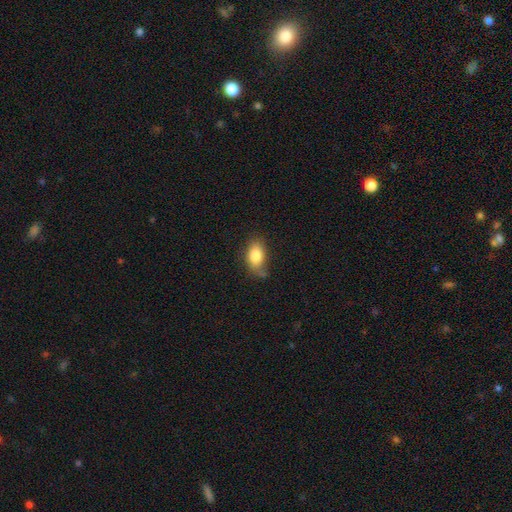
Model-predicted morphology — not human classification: smooth_or_featured: smooth (p=0.83) [alt: featured or disk p=0.10]
how_rounded: in between (p=0.89) [alt: round p=0.08]
merging: none (p=0.59) [alt: minor disturbance p=0.28]